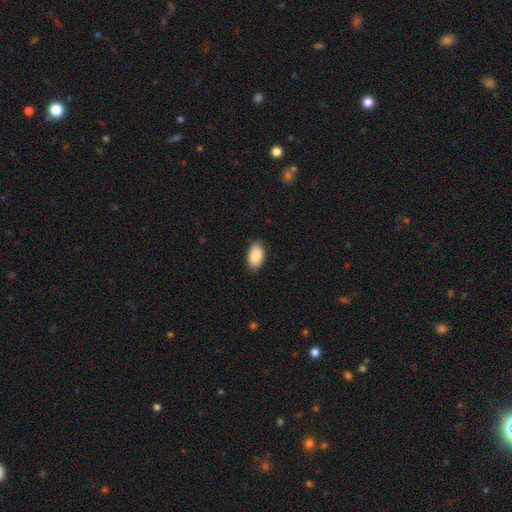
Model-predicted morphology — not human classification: This is clearly a smooth galaxy (88%). How rounded: clearly in between (94%). Merging: clearly none (86%).